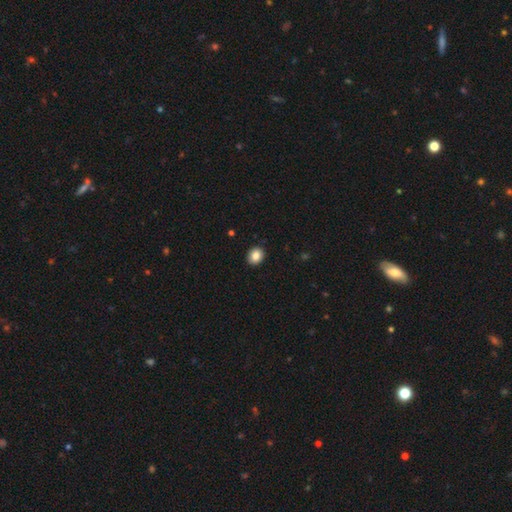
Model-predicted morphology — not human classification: Smooth or featured? smooth (86%)
How rounded? round (62%)
Merging? none (91%)